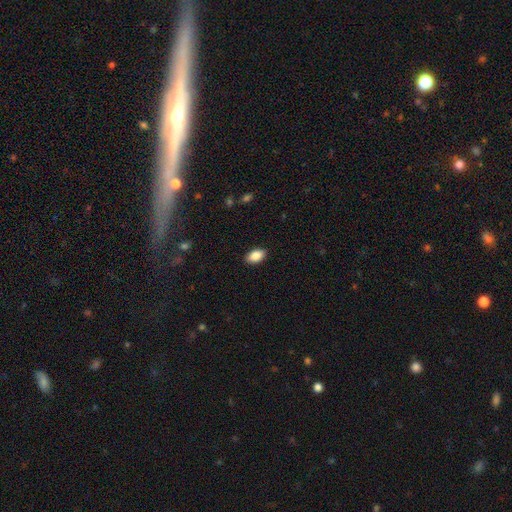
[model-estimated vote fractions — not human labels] Q: Smooth or featured?
A: smooth (87%); runner-up: star or artifact (7%)
Q: How rounded?
A: in between (92%); runner-up: round (5%)
Q: Merging?
A: none (89%); runner-up: minor disturbance (8%)